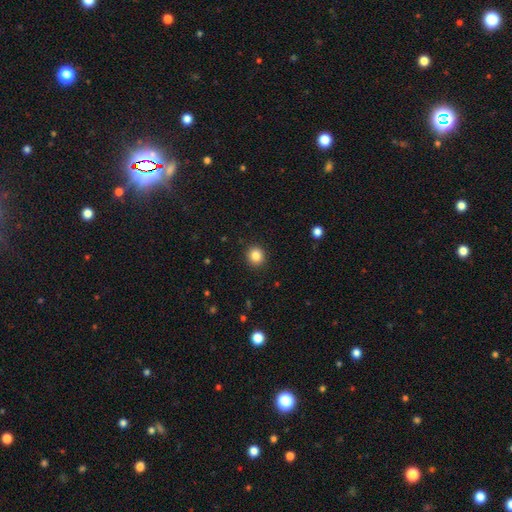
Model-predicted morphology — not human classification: Smooth or featured: smooth — 84% (star or artifact — 11%)
How rounded: round — 90% (in between — 9%)
Merging: none — 92% (minor disturbance — 5%)